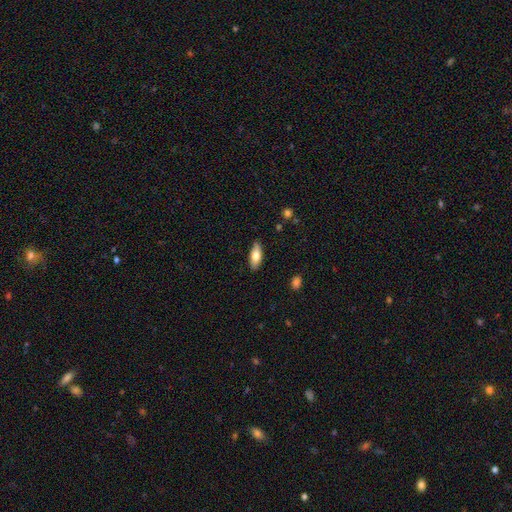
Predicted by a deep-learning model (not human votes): Smooth or featured? smooth (75%)
How rounded? in between (78%)
Merging? none (85%)